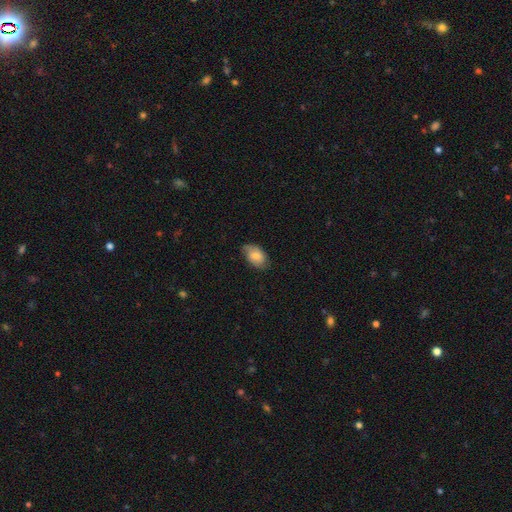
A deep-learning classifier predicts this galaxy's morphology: A smooth galaxy with no disk features (64%) that is in between round and cigar-shaped (91%). Merging: none (71%).